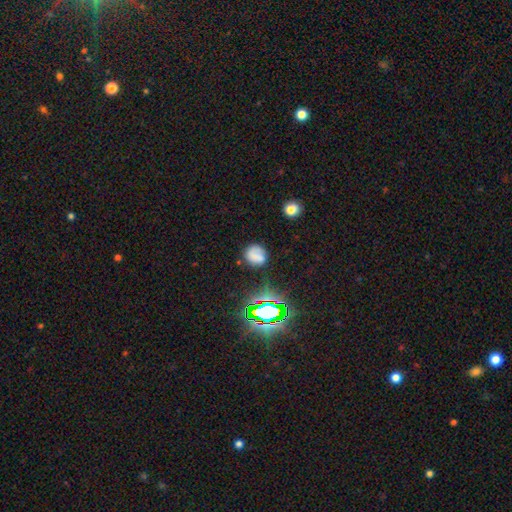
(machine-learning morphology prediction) smooth_or_featured: smooth (p=0.66) [alt: featured or disk p=0.17]
how_rounded: round (p=0.78) [alt: in between p=0.21]
merging: none (p=0.71) [alt: minor disturbance p=0.19]